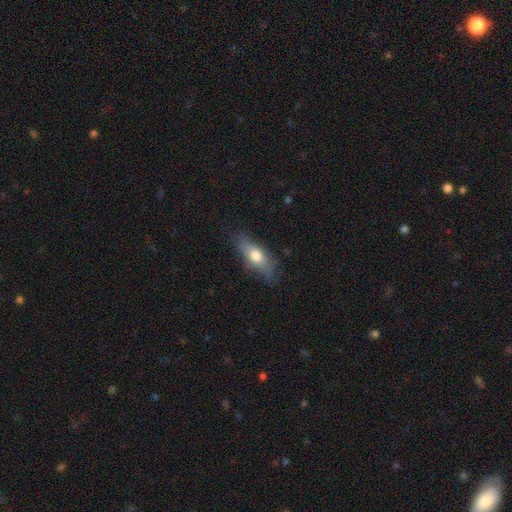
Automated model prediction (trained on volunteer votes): A smooth galaxy with no disk features (67%) that is in between round and cigar-shaped (67%). Merging: none (70%).